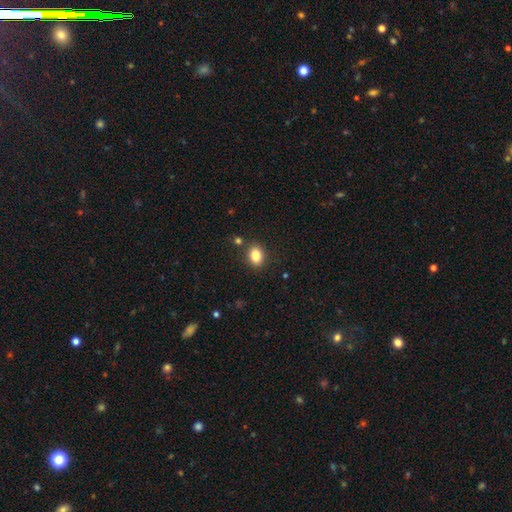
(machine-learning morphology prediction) smooth-or-featured: smooth: 83% | star or artifact: 10% | featured or disk: 7%
  how-rounded: in between: 70% | round: 29% | cigar-shaped: 1%
  merging: none: 84% | minor disturbance: 9% | merger: 4% | major disturbance: 2%